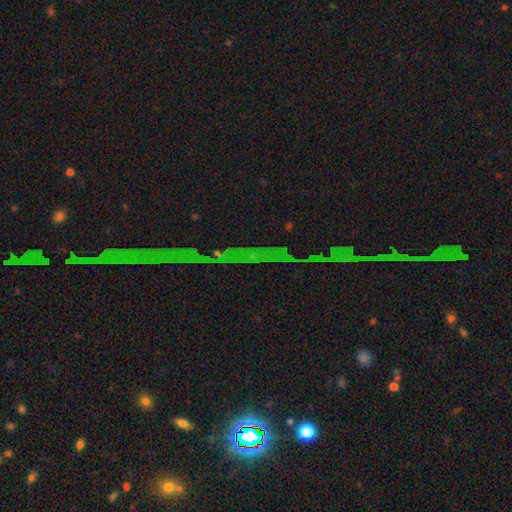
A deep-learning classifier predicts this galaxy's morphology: smooth-or-featured: star or artifact: 81% | featured or disk: 10% | smooth: 9%